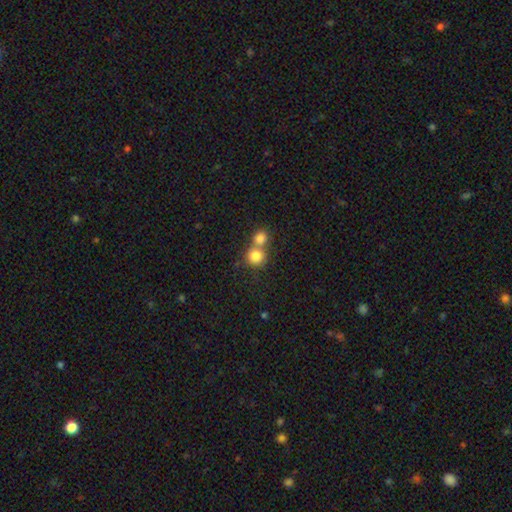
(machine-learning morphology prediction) Smooth or featured?
  - smooth: 81% *
  - star or artifact: 10%
  - featured or disk: 9%
How rounded?
  - round: 86% *
  - in between: 13%
  - cigar-shaped: 1%
Merging?
  - merger: 54% *
  - none: 38%
  - minor disturbance: 6%
  - major disturbance: 2%